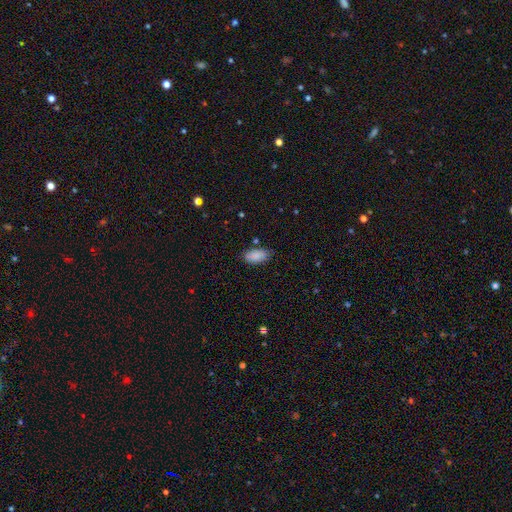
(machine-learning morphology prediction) A smooth galaxy with no disk features (88%) that is in between round and cigar-shaped (93%). Merging: none (77%).